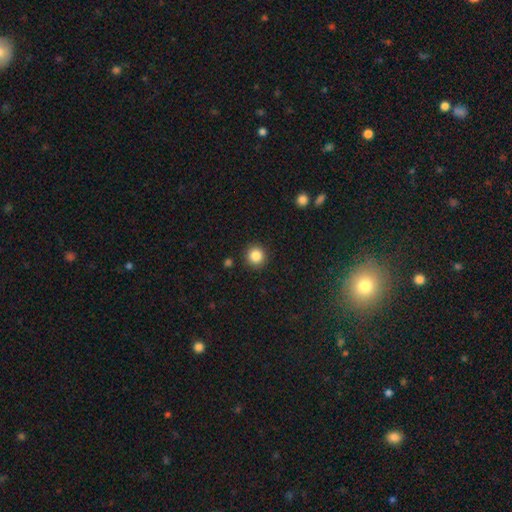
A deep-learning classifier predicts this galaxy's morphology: Smooth or featured?
  - smooth: 85% *
  - star or artifact: 10%
  - featured or disk: 4%
How rounded?
  - round: 94% *
  - in between: 5%
  - cigar-shaped: 1%
Merging?
  - none: 91% *
  - minor disturbance: 6%
  - major disturbance: 2%
  - merger: 1%